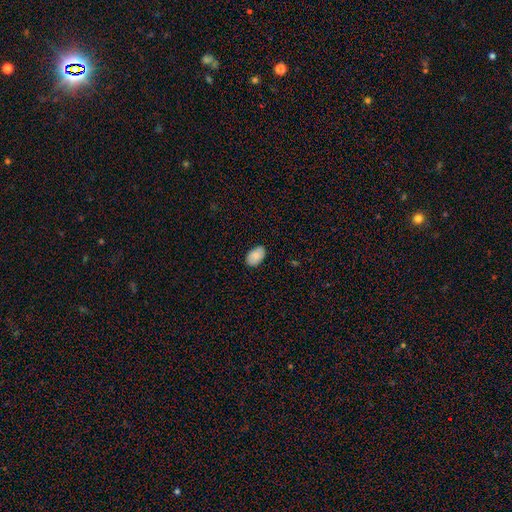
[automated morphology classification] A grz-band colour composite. It shows a smooth galaxy with no disk features (85%) that is in between round and cigar-shaped (92%). Merging: none (86%).